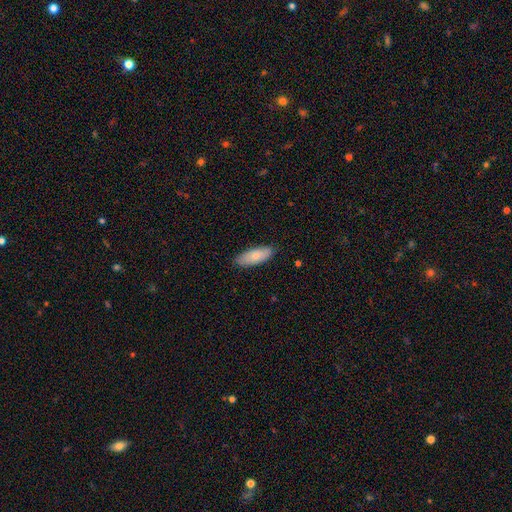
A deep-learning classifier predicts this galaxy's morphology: smooth_or_featured: smooth (p=0.74) [alt: featured or disk p=0.20]
how_rounded: in between (p=0.77) [alt: cigar-shaped p=0.21]
merging: none (p=0.84) [alt: minor disturbance p=0.12]